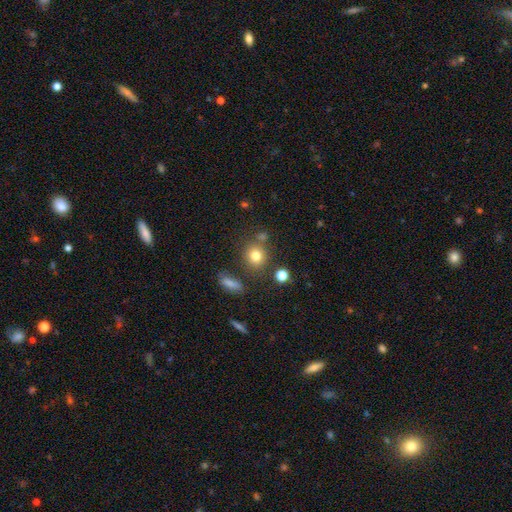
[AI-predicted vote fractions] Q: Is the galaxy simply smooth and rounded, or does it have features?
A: smooth — 78%.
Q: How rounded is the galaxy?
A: round — 78%.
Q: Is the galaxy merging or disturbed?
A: none — 75%.